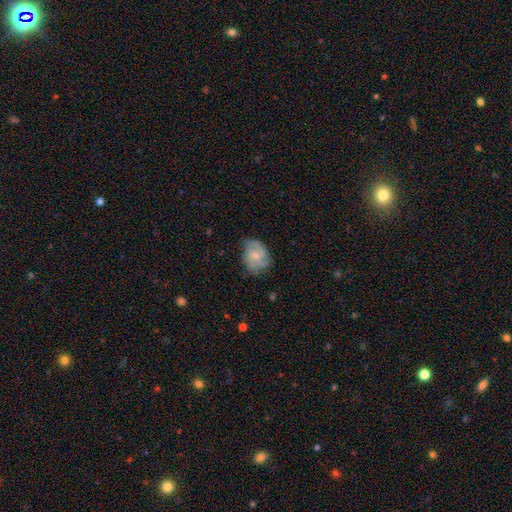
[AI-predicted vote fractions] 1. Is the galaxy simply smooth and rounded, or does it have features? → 62% featured or disk, 31% smooth, 7% star or artifact.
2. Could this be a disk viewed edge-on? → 98% no, 2% yes.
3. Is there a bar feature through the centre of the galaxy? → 58% no, 37% weak, 5% strong.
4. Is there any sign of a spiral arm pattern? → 91% yes, 9% no.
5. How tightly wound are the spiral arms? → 47% medium, 36% tight, 17% loose.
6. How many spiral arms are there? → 50% 2, 20% 3, 19% can't tell, 4% 4, 4% 1, 3% more than 4.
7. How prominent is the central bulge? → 54% small, 34% moderate, 9% none, 2% large, 1% dominant.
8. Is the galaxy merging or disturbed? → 66% none, 25% minor disturbance, 8% major disturbance, 1% merger.